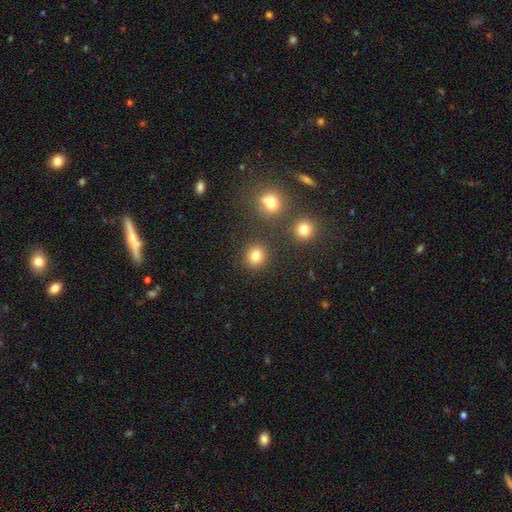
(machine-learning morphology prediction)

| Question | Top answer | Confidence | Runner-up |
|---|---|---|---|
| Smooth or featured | smooth | 81% | star or artifact (14%) |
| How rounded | round | 90% | in between (9%) |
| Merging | none | 87% | minor disturbance (6%) |